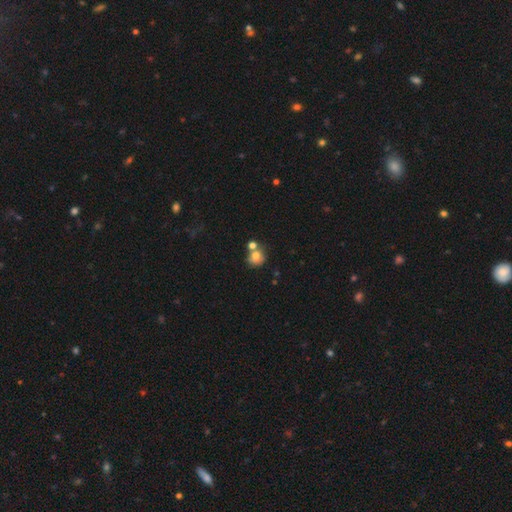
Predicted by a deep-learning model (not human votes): Q: Smooth or featured?
A: smooth (74%); runner-up: featured or disk (14%)
Q: How rounded?
A: round (79%); runner-up: in between (20%)
Q: Merging?
A: none (49%); runner-up: merger (34%)